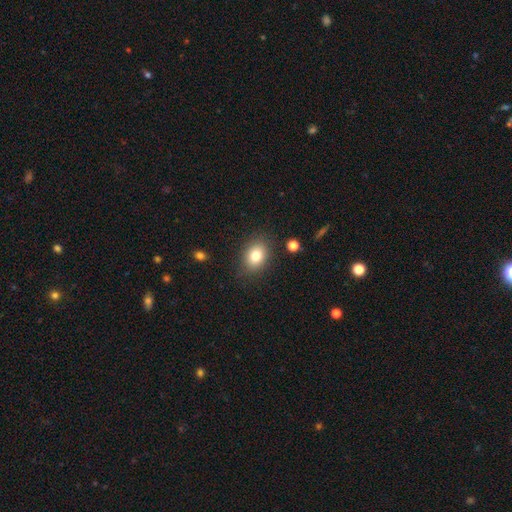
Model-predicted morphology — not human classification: Overall: smooth (80%). How rounded: in between (64%; round 35%). Merging: none (83%).